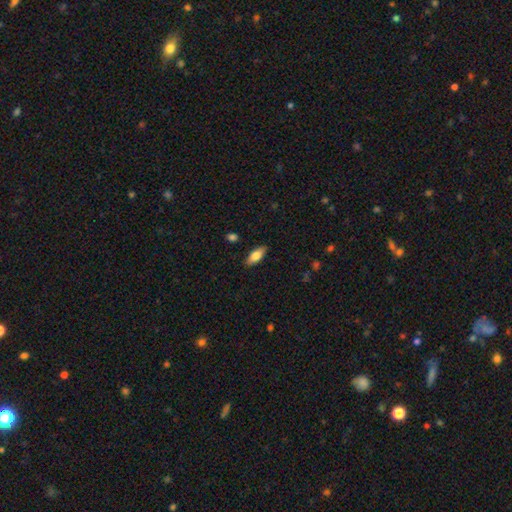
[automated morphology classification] Smooth or featured? smooth (78%)
How rounded? in between (81%)
Merging? none (87%)